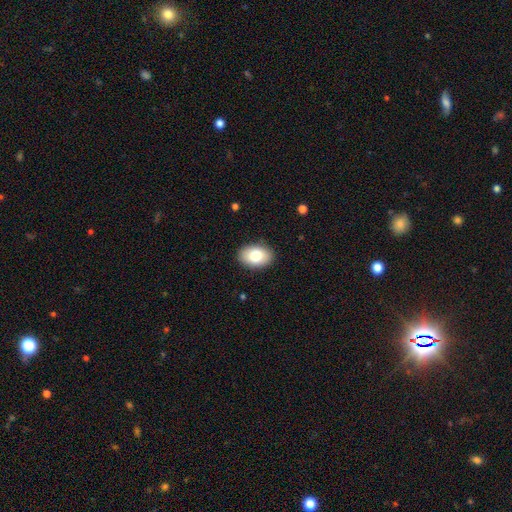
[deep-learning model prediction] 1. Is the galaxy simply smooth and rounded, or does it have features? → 82% smooth, 11% featured or disk, 7% star or artifact.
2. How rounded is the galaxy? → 86% in between, 13% round, 1% cigar-shaped.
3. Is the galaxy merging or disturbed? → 89% none, 8% minor disturbance, 2% major disturbance, 1% merger.